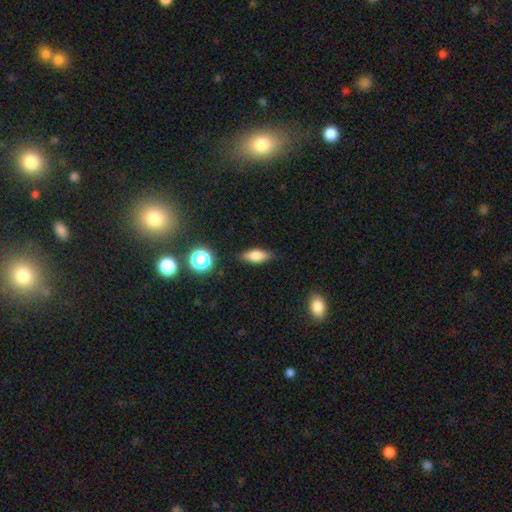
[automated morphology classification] This is likely a smooth galaxy (74%). How rounded: likely in between (74%). Merging: clearly none (83%).